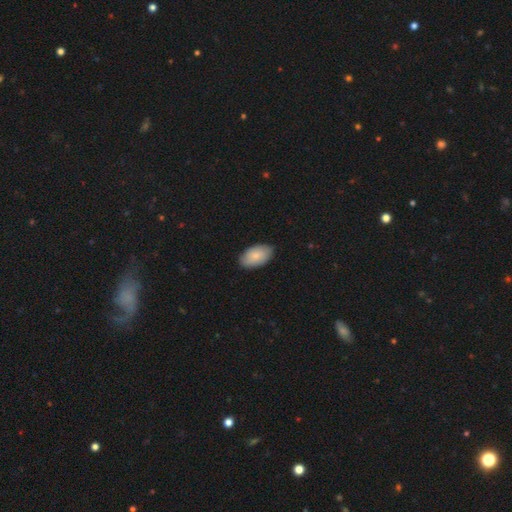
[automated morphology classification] Smooth or featured: smooth — 81% (featured or disk — 13%)
How rounded: in between — 94% (round — 4%)
Merging: none — 84% (minor disturbance — 13%)